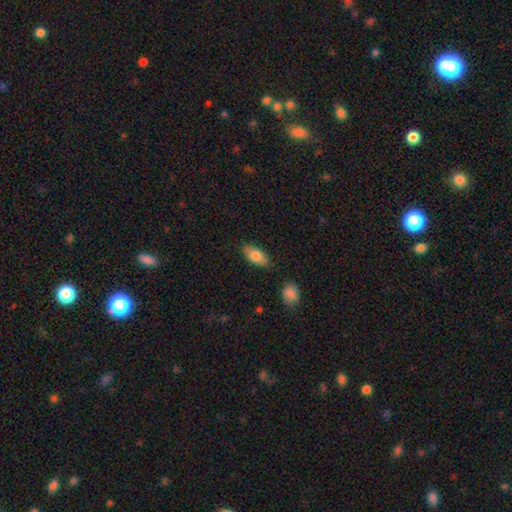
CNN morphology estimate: Q: Smooth or featured?
A: smooth (80%); runner-up: featured or disk (13%)
Q: How rounded?
A: in between (89%); runner-up: cigar-shaped (8%)
Q: Merging?
A: none (81%); runner-up: minor disturbance (13%)